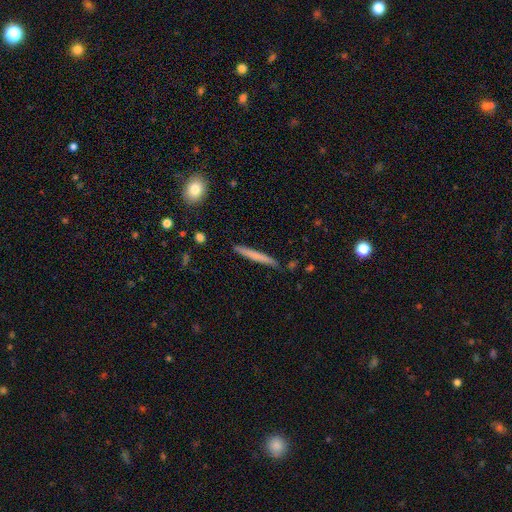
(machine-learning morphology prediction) Overall: smooth (66%; featured or disk 29%). How rounded: cigar-shaped (96%). Merging: none (88%).